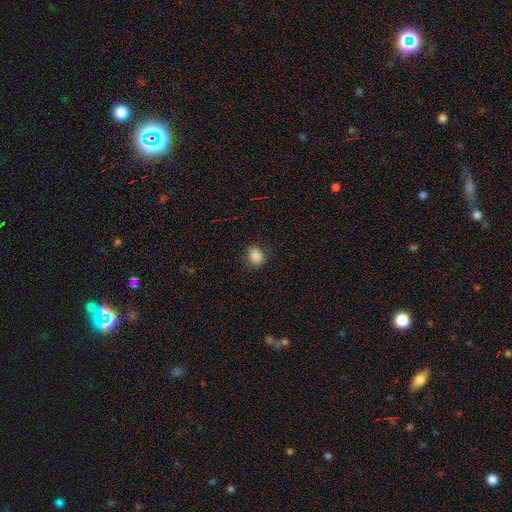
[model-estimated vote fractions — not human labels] smooth 75%, star or artifact 20%, featured or disk 5%. Down the decision tree: how rounded — round (76%); merging — none (79%).